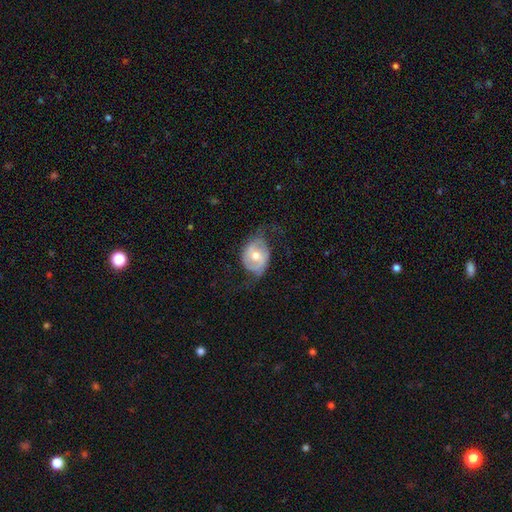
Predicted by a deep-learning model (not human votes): Q: Smooth or featured?
A: featured or disk (56%); runner-up: smooth (38%)
Q: Edge-on disk?
A: no (95%); runner-up: yes (5%)
Q: Bar?
A: no (51%); runner-up: weak (34%)
Q: Spiral arms?
A: yes (68%); runner-up: no (32%)
Q: Bulge size?
A: moderate (66%); runner-up: small (27%)
Q: Merging?
A: none (48%); runner-up: minor disturbance (28%)